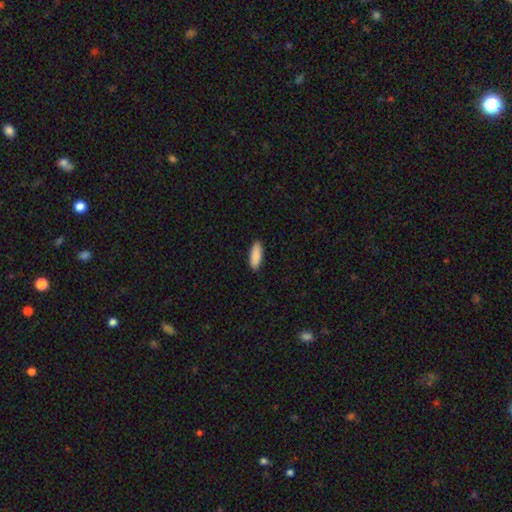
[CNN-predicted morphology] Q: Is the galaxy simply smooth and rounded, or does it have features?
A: smooth — 90%.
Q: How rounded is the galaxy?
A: in between — 64%.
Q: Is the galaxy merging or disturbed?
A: none — 91%.